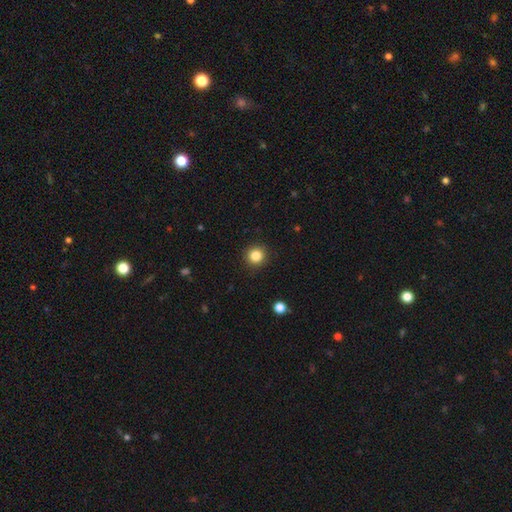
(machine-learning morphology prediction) Smooth or featured? Predicted: smooth (p=0.84). How rounded? Predicted: round (p=0.93). Merging? Predicted: none (p=0.91).